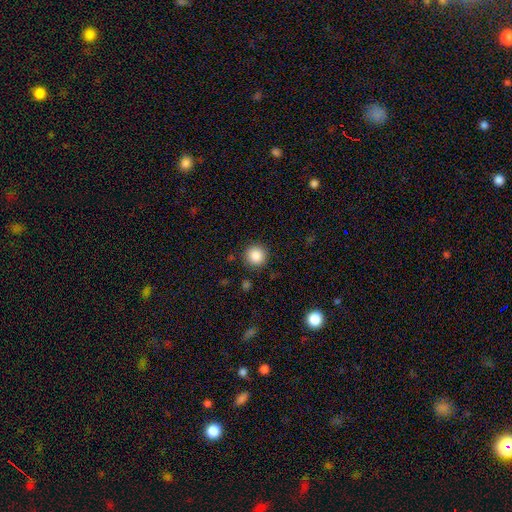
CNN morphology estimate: This appears to be a smooth galaxy with no disk features (87%) that is round (95%). Merging: none (90%).